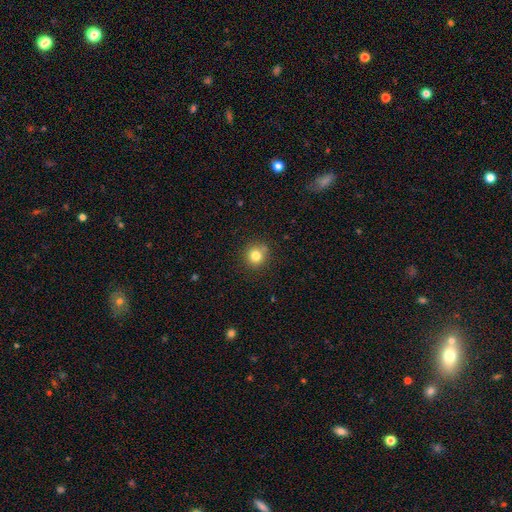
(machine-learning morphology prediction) Smooth or featured? smooth (81%)
How rounded? round (90%)
Merging? none (82%)